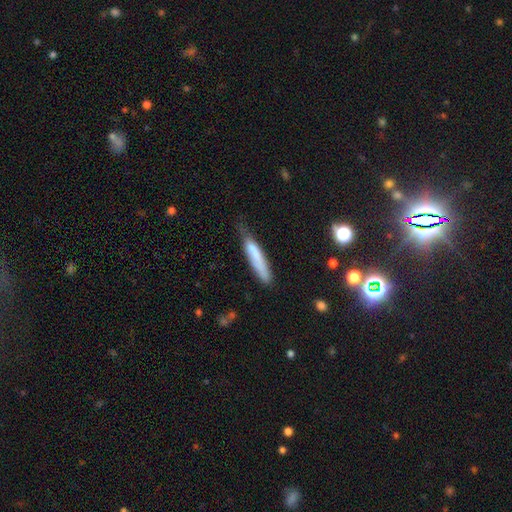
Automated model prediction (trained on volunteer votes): Smooth or featured? smooth (69%)
How rounded? cigar-shaped (90%)
Merging? none (50%)